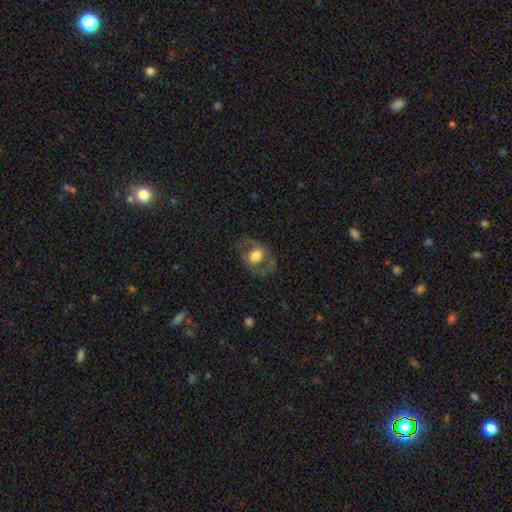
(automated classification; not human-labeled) Smooth or featured?
  - featured or disk: 53% *
  - smooth: 40%
  - star or artifact: 8%
Edge-on disk?
  - no: 93% *
  - yes: 7%
Merging?
  - none: 64% *
  - major disturbance: 17%
  - minor disturbance: 17%
  - merger: 2%